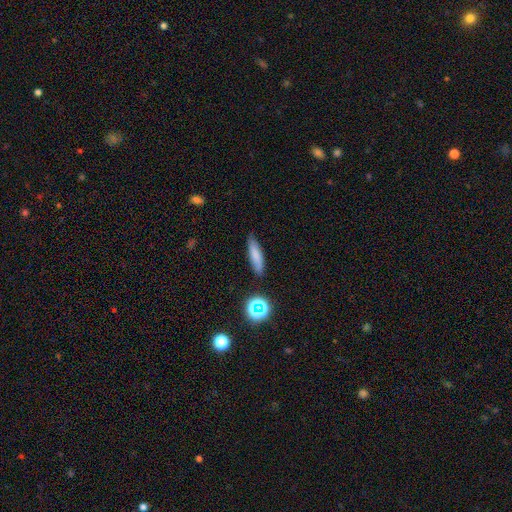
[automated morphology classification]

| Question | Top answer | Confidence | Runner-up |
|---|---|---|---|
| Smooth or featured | smooth | 76% | featured or disk (14%) |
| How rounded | cigar-shaped | 68% | in between (29%) |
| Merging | none | 81% | minor disturbance (14%) |